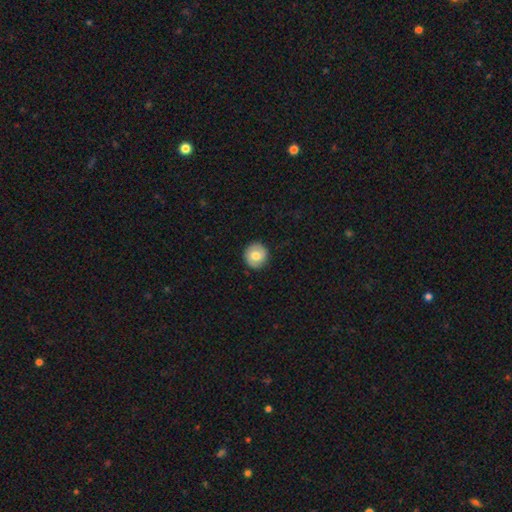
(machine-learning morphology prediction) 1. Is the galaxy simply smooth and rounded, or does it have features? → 69% smooth, 24% featured or disk, 8% star or artifact.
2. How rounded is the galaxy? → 90% round, 9% in between, 1% cigar-shaped.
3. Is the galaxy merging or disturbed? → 89% none, 8% minor disturbance, 2% major disturbance, 1% merger.